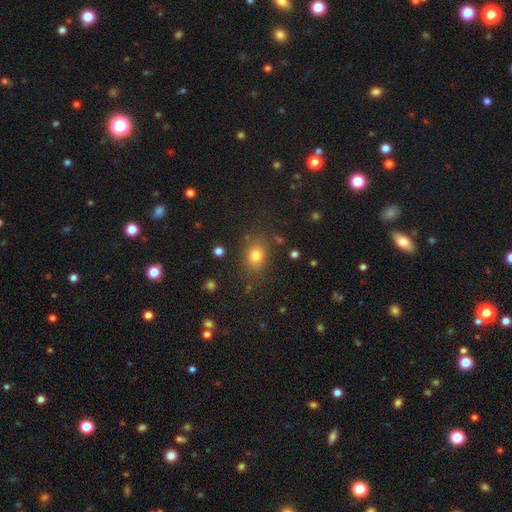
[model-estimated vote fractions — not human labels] Morphology: type=smooth (77%); roundness=in between (54%); merging=none (80%).